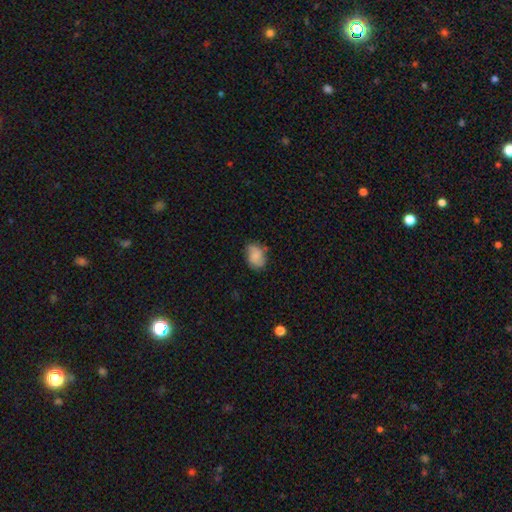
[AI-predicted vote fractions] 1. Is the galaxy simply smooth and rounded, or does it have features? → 75% smooth, 17% featured or disk, 8% star or artifact.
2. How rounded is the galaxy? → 70% in between, 29% round, 1% cigar-shaped.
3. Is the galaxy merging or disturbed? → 68% none, 24% minor disturbance, 5% major disturbance, 2% merger.